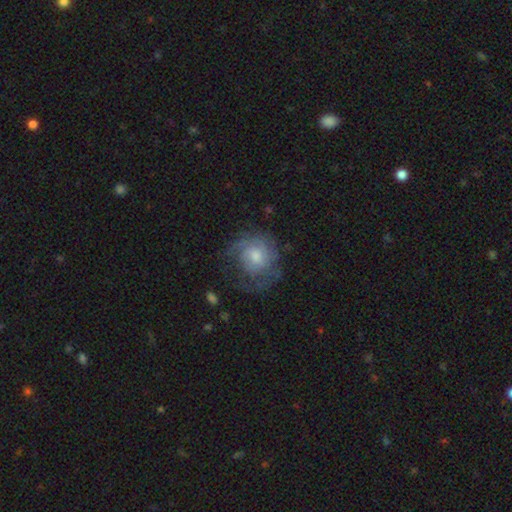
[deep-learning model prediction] A featured or disk galaxy (57%) with no bar (76%), spiral arms (79%) and a moderate central bulge (56%). Merging: none (59%).